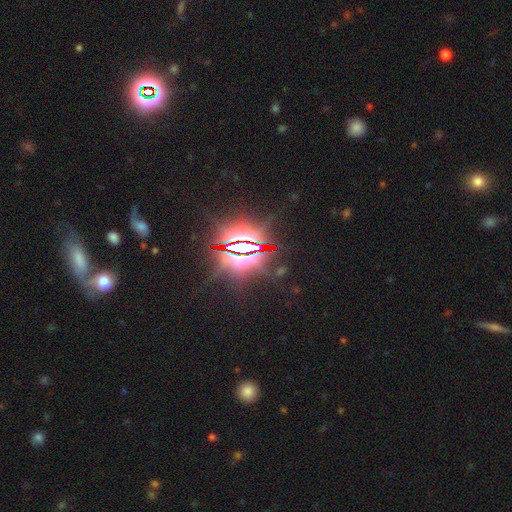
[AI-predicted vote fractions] Smooth or featured: star or artifact — 84% (featured or disk — 9%)